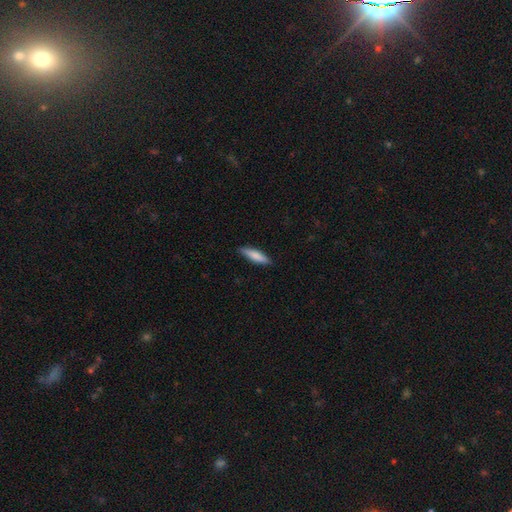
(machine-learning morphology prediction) smooth-or-featured: smooth: 81% | featured or disk: 13% | star or artifact: 5%
  how-rounded: cigar-shaped: 69% | in between: 30% | round: 1%
  merging: none: 87% | minor disturbance: 10% | major disturbance: 2% | merger: 1%